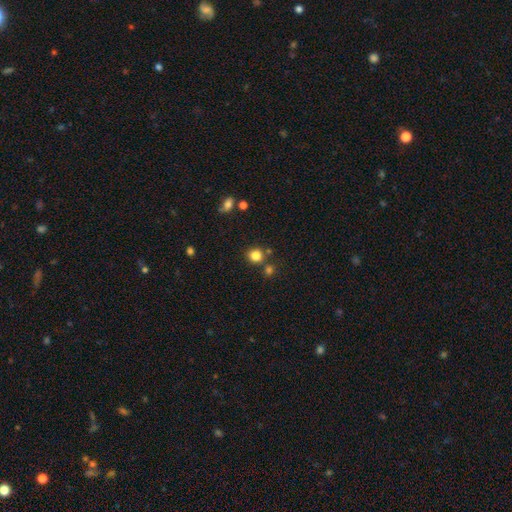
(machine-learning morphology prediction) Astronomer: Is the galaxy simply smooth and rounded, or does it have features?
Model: smooth — 82%.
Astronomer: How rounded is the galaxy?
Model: round — 84%.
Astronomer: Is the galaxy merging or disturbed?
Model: none — 76%.